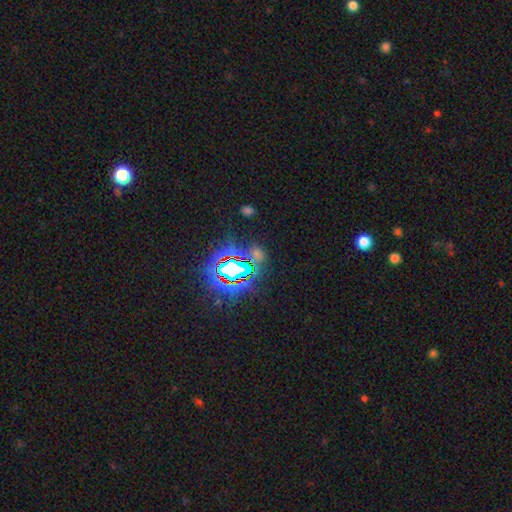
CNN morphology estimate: Q: Smooth or featured?
A: star or artifact (75%); runner-up: smooth (16%)